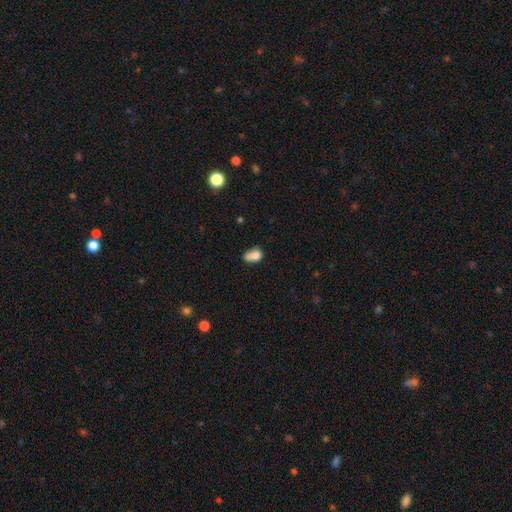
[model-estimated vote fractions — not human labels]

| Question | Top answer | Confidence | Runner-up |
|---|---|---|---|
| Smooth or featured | smooth | 74% | featured or disk (15%) |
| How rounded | in between | 68% | round (30%) |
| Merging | merger | 35% | none (30%) |